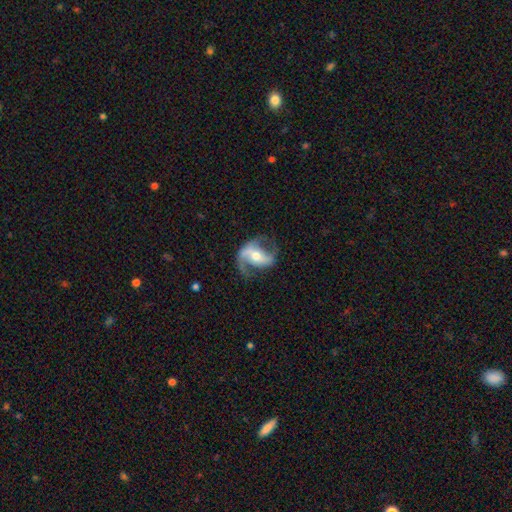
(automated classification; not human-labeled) smooth_or_featured: featured or disk (p=0.84) [alt: smooth p=0.10]
disk_edge_on: no (p=0.96) [alt: yes p=0.04]
bar: strong (p=0.39) [alt: weak p=0.34]
has_spiral_arms: yes (p=0.93) [alt: no p=0.07]
spiral_winding: loose (p=0.51) [alt: medium p=0.38]
spiral_arm_count: 2 (p=0.85) [alt: 1 p=0.09]
bulge_size: moderate (p=0.62) [alt: small p=0.30]
merging: none (p=0.64) [alt: minor disturbance p=0.19]